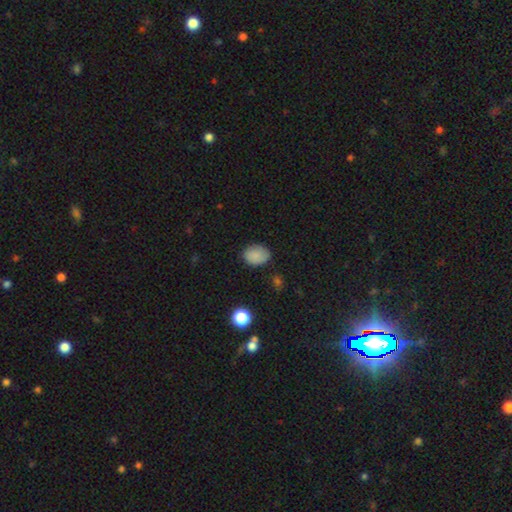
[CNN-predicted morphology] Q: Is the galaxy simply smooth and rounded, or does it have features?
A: smooth — 82%.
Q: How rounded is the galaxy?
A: in between — 59%.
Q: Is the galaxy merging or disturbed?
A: none — 74%.